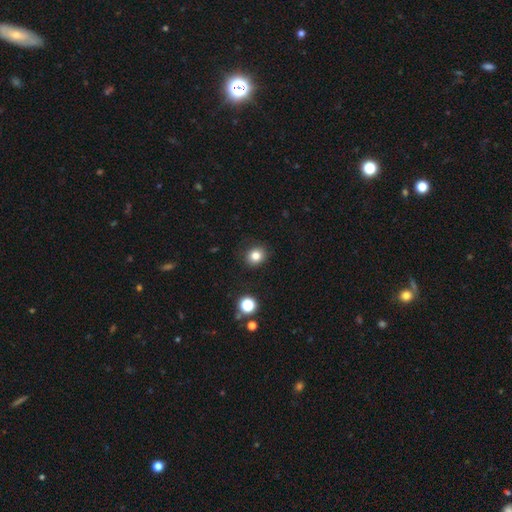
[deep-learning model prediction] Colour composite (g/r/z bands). It shows a smooth galaxy with no disk features (82%) that is round (82%). Merging: none (88%).